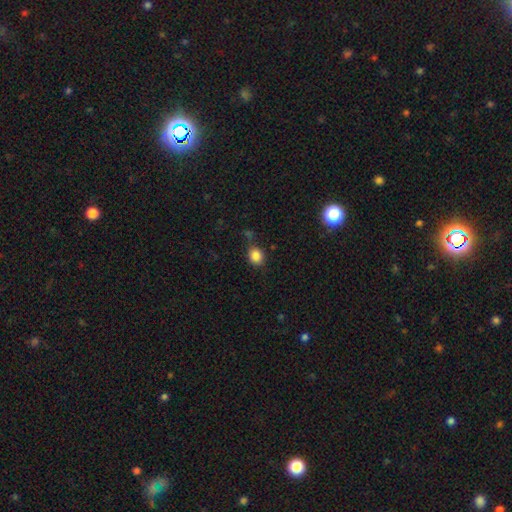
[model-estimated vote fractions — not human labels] smooth_or_featured: smooth (p=0.84) [alt: star or artifact p=0.11]
how_rounded: round (p=0.66) [alt: in between p=0.33]
merging: none (p=0.72) [alt: minor disturbance p=0.16]